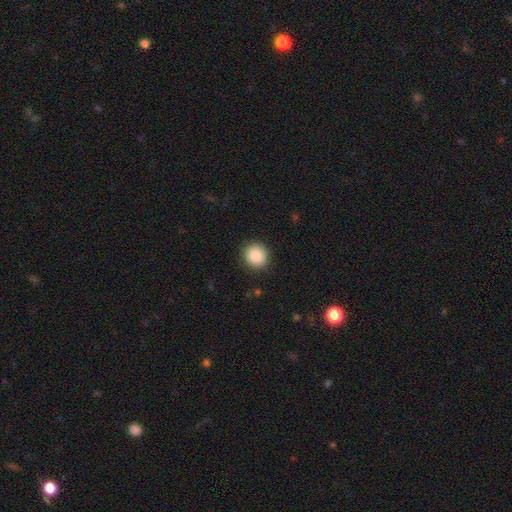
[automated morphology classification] Overall: smooth (86%). How rounded: round (85%). Merging: none (90%).